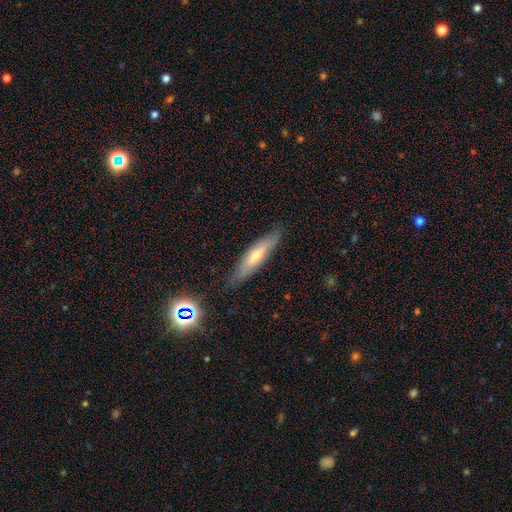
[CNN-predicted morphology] smooth_or_featured: smooth (p=0.47) [alt: featured or disk p=0.44]
merging: none (p=0.82) [alt: minor disturbance p=0.14]